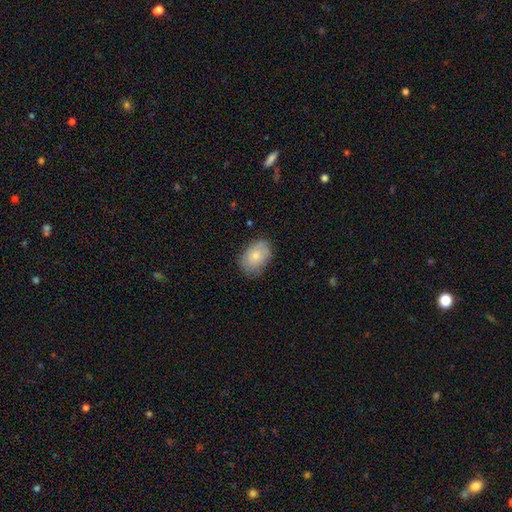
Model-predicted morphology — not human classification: The model was most divided on "smooth or featured": smooth: 71%, featured or disk: 22%, star or artifact: 7%. More confident: how rounded — in between (81%); merging — none (75%).